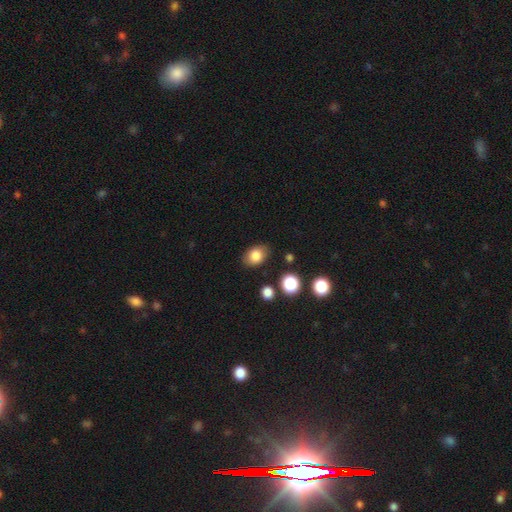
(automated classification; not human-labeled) Overall: smooth (83%). How rounded: in between (73%). Merging: none (81%).